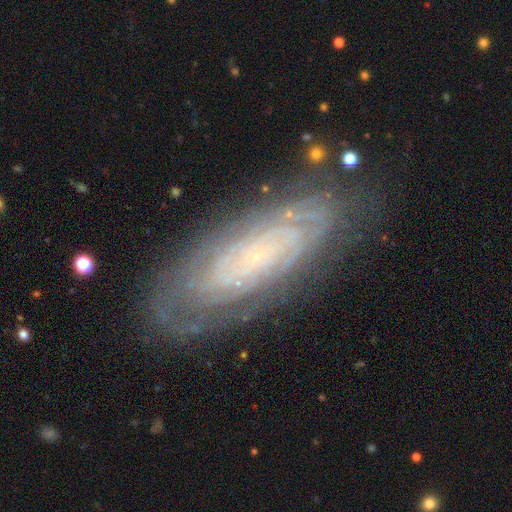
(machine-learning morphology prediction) Smooth or featured? Predicted: featured or disk (p=0.74). Edge-on disk? Predicted: no (p=0.86). Bar? Predicted: no (p=0.78). Spiral arms? Predicted: yes (p=0.83). Spiral winding? Predicted: tight (p=0.79). Spiral arm count? Predicted: can't tell (p=0.64). Bulge size? Predicted: small (p=0.77). Merging? Predicted: none (p=0.77).